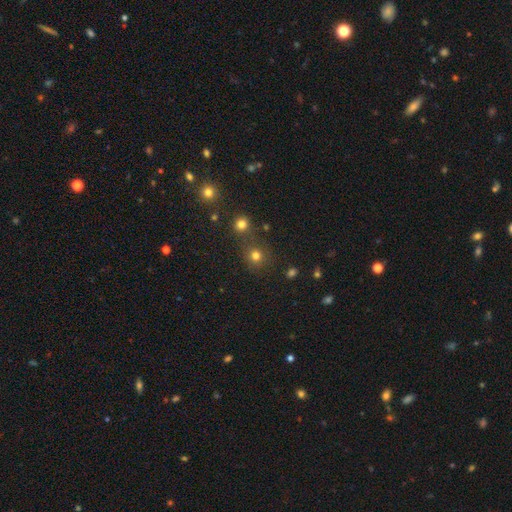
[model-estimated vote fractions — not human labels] Smooth or featured? smooth (75%)
How rounded? round (89%)
Merging? none (71%)